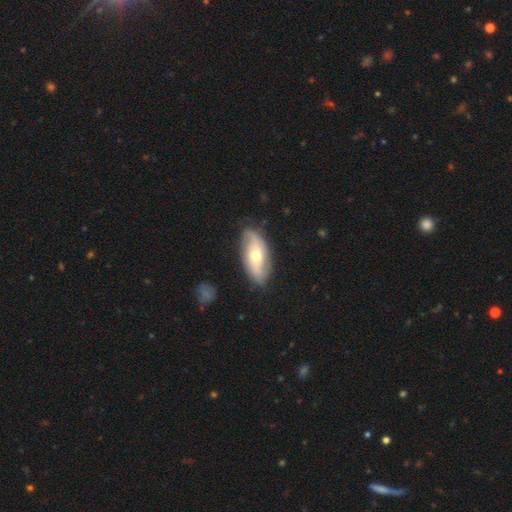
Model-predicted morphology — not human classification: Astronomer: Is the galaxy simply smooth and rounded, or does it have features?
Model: featured or disk — 61%.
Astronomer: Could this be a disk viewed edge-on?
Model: no — 88%.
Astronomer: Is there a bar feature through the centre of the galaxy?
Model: no — 63%.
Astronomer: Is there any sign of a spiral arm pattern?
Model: yes — 77%.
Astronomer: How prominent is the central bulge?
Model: moderate — 70%.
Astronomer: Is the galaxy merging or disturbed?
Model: none — 78%.